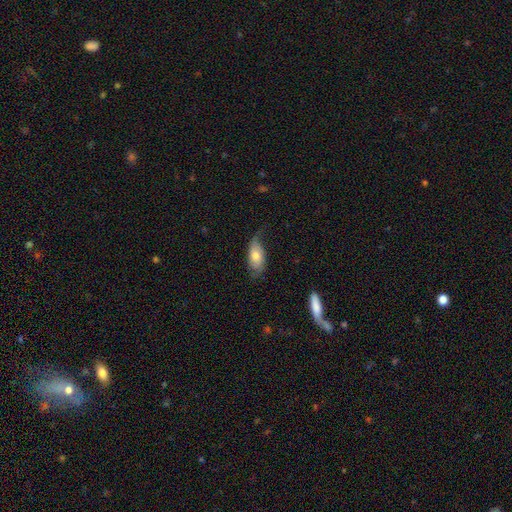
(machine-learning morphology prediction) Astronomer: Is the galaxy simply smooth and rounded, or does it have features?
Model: smooth — 63%.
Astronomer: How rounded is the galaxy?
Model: in between — 89%.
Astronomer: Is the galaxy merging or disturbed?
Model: none — 53% (runner-up: minor disturbance, 32%).